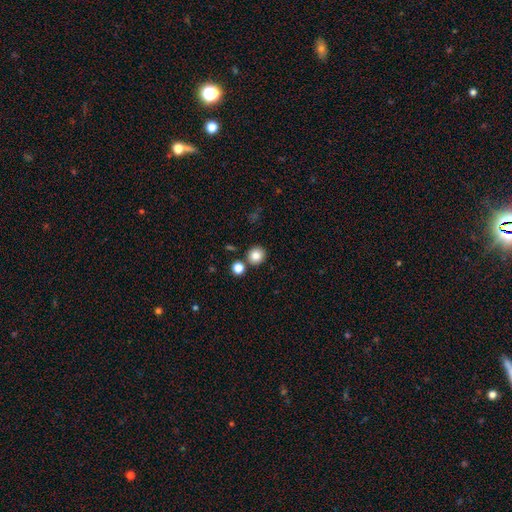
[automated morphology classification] Q: Smooth or featured?
A: smooth (84%); runner-up: star or artifact (11%)
Q: How rounded?
A: round (87%); runner-up: in between (12%)
Q: Merging?
A: none (82%); runner-up: merger (9%)